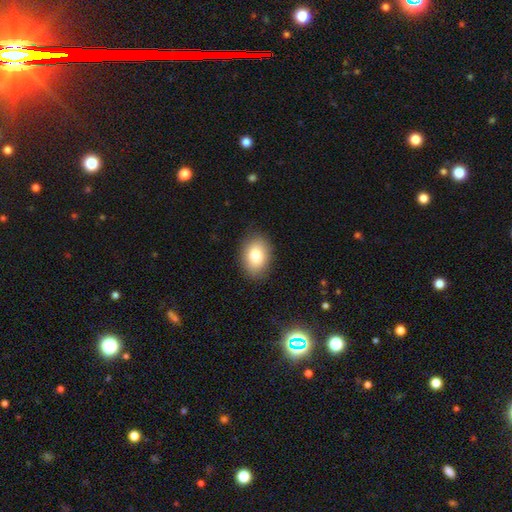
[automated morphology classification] Q: Smooth or featured?
A: smooth (83%); runner-up: featured or disk (10%)
Q: How rounded?
A: in between (83%); runner-up: round (16%)
Q: Merging?
A: none (86%); runner-up: minor disturbance (10%)